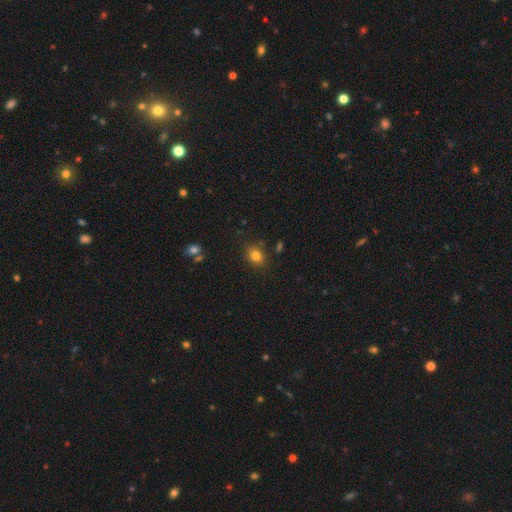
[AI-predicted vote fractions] Morphology: type=smooth (81%); roundness=round (58%); merging=none (83%).